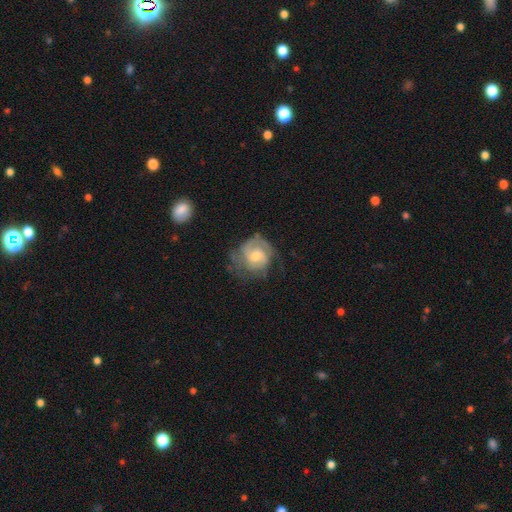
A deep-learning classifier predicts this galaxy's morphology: type=featured or disk (74%); edge-on=no (98%); bar=no (52%); spiral arms=yes (92%); winding=tight (47%); arm count=2 (50%); bulge=moderate (54%); merging=none (57%).